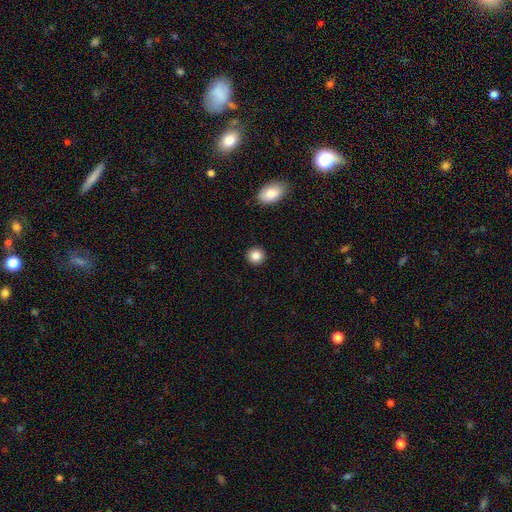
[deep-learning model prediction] A smooth galaxy with no disk features (86%) that is round (92%).

Vote fractions:
- Smooth or featured? smooth: 86% / star or artifact: 9% / featured or disk: 5%
- How rounded? round: 92% / in between: 7% / cigar-shaped: 1%
- Merging? none: 92% / minor disturbance: 5% / major disturbance: 2% / merger: 1%